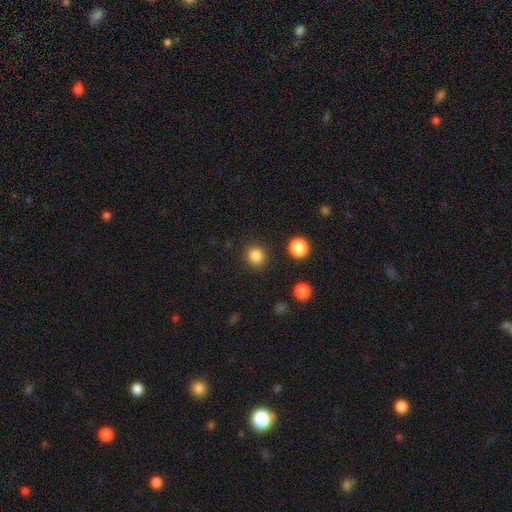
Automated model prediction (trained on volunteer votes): Smooth or featured: smooth — 85% (star or artifact — 12%)
How rounded: round — 90% (in between — 9%)
Merging: none — 89% (minor disturbance — 6%)